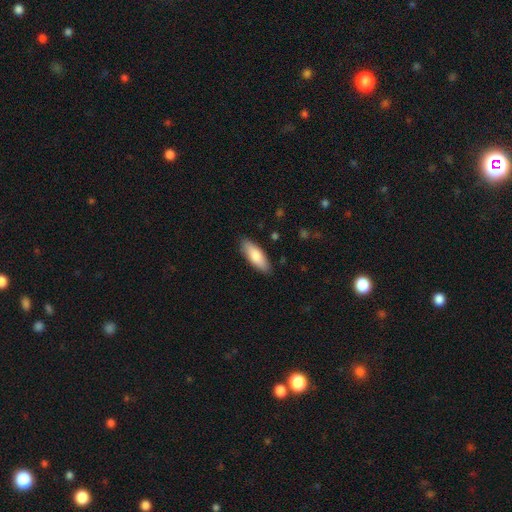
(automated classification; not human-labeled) Overall: smooth (82%). How rounded: in between (67%; cigar-shaped 31%). Merging: none (87%).